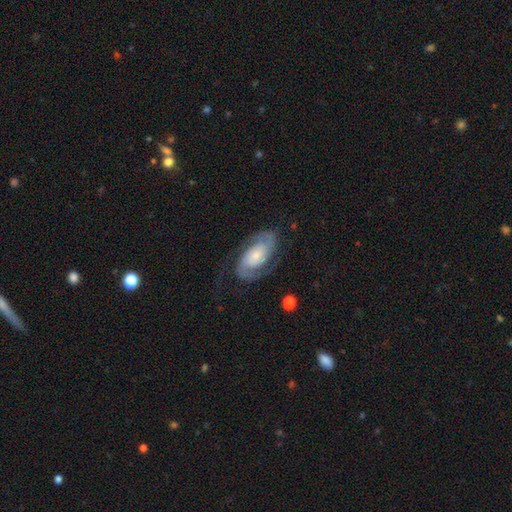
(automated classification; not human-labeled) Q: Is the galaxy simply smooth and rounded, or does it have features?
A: featured or disk — 83%.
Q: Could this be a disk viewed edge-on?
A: no — 96%.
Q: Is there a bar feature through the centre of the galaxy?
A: no — 59%.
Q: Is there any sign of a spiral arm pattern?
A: yes — 96%.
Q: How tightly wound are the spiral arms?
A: medium — 45%.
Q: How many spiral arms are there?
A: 2 — 88%.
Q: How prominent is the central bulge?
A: small — 42%.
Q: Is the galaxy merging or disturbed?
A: none — 71%.